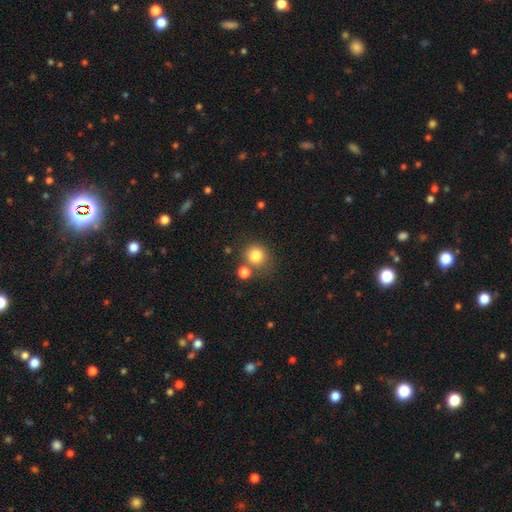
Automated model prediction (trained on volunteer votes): A smooth galaxy with no disk features (82%) that is round (88%). Merging: none (69%).